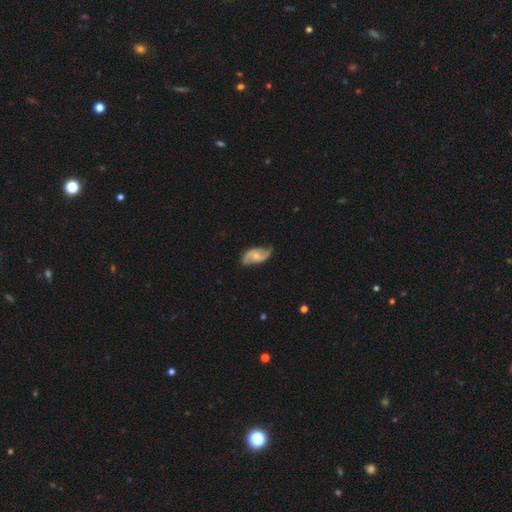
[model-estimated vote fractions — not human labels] Smooth or featured? featured or disk (73%)
Edge-on disk? no (96%)
Bar? no (55%)
Spiral arms? yes (93%)
Spiral winding? loose (52%)
Spiral arm count? 2 (90%)
Bulge size? small (51%)
Merging? none (70%)